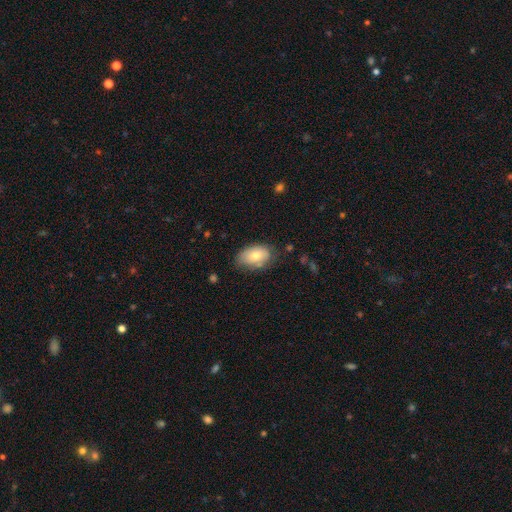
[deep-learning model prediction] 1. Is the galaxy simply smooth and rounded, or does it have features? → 75% smooth, 18% featured or disk, 7% star or artifact.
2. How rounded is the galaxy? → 90% in between, 8% round, 1% cigar-shaped.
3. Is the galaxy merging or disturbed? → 66% none, 26% minor disturbance, 6% major disturbance, 2% merger.